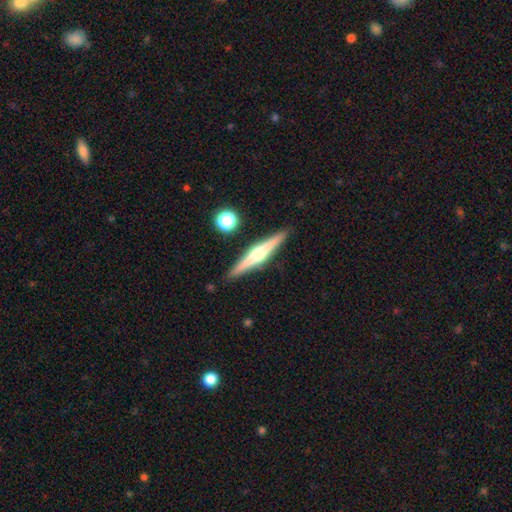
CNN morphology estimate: featured or disk 77%, smooth 17%, star or artifact 6%. Down the decision tree: edge-on disk — yes (98%); edge-on bulge — rounded (88%); merging — none (90%).